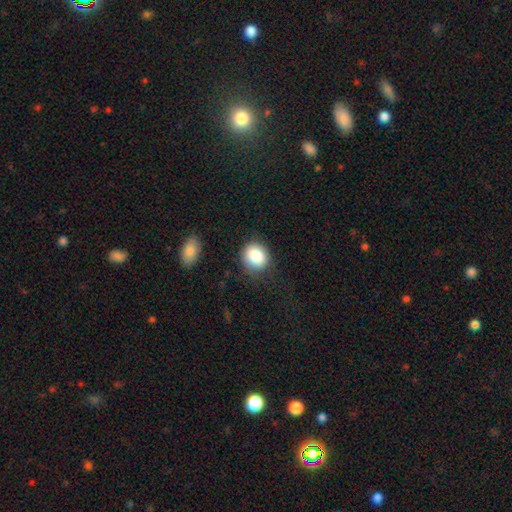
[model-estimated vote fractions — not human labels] The model was most divided on "how rounded": round: 79%, in between: 20%, cigar-shaped: 1%. More confident: smooth or featured — smooth (84%); merging — none (82%).